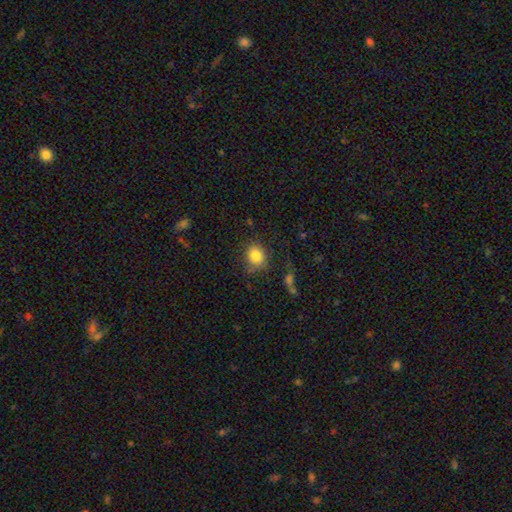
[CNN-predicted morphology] A smooth galaxy with no disk features (83%) that is round (58%).

Vote fractions:
- Smooth or featured? smooth: 83% / star or artifact: 10% / featured or disk: 7%
- How rounded? round: 58% / in between: 41% / cigar-shaped: 1%
- Merging? none: 73% / minor disturbance: 18% / major disturbance: 6% / merger: 3%